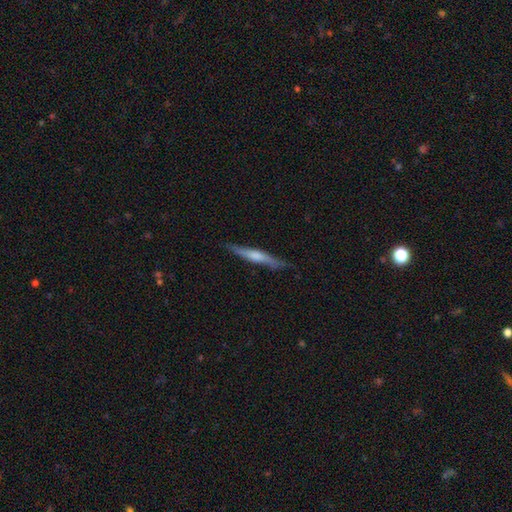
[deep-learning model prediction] smooth_or_featured: featured or disk (p=0.51) [alt: smooth p=0.43]
disk_edge_on: yes (p=0.95) [alt: no p=0.05]
merging: none (p=0.83) [alt: minor disturbance p=0.13]